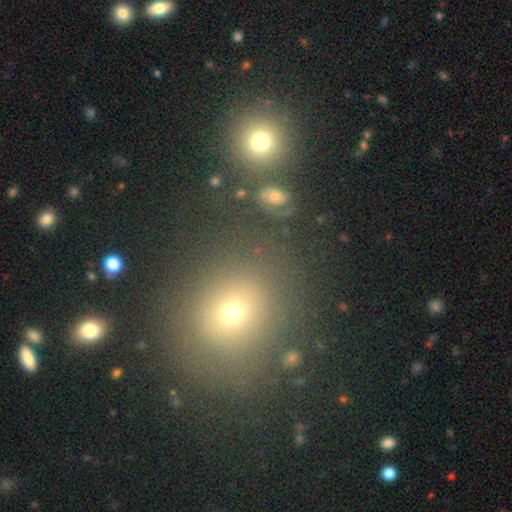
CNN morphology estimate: Q: Smooth or featured?
A: smooth (57%); runner-up: star or artifact (33%)
Q: How rounded?
A: round (80%); runner-up: in between (19%)
Q: Merging?
A: none (80%); runner-up: minor disturbance (9%)